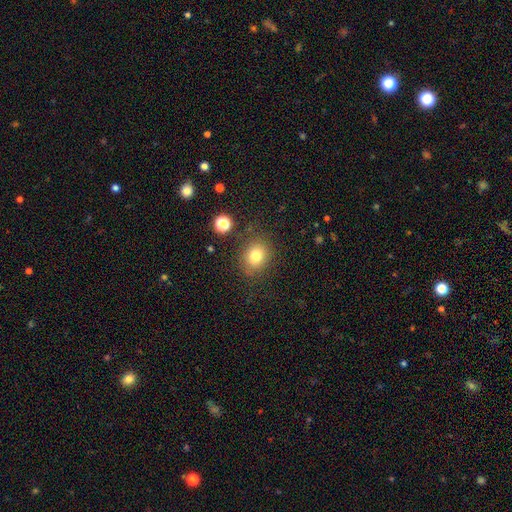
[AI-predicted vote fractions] Q: Smooth or featured?
A: smooth (78%); runner-up: star or artifact (13%)
Q: How rounded?
A: round (67%); runner-up: in between (32%)
Q: Merging?
A: none (80%); runner-up: minor disturbance (12%)